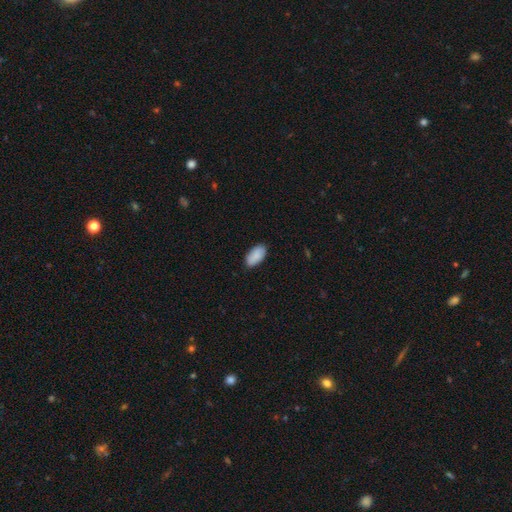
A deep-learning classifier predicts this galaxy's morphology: type=smooth (89%); roundness=in between (95%); merging=none (86%).